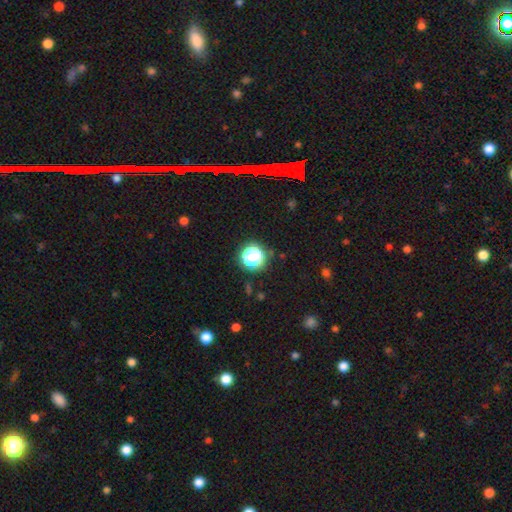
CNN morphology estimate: Smooth or featured?
  - smooth: 55% *
  - star or artifact: 36%
  - featured or disk: 9%
How rounded?
  - round: 90% *
  - in between: 9%
  - cigar-shaped: 1%
Merging?
  - none: 79% *
  - minor disturbance: 11%
  - major disturbance: 6%
  - merger: 4%